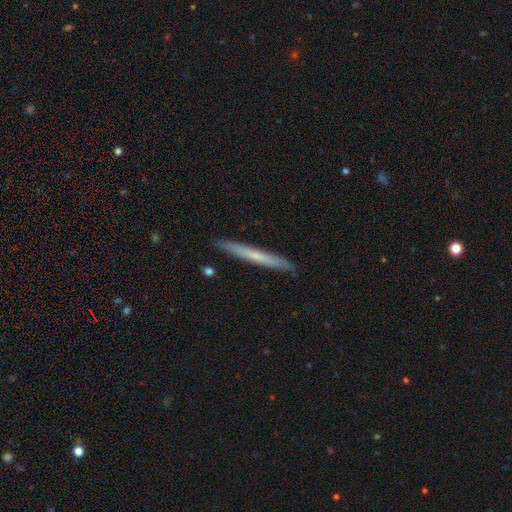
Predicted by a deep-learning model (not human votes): Smooth or featured? Predicted: smooth (p=0.54). How rounded? Predicted: cigar-shaped (p=0.97). Merging? Predicted: none (p=0.91).